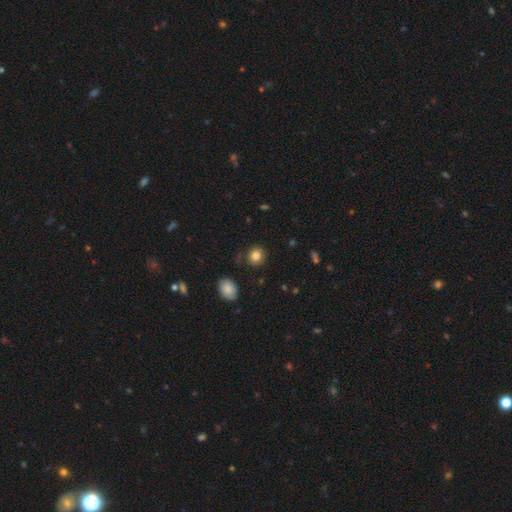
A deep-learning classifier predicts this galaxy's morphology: Smooth or featured? Predicted: smooth (p=0.84). How rounded? Predicted: round (p=0.83). Merging? Predicted: none (p=0.84).